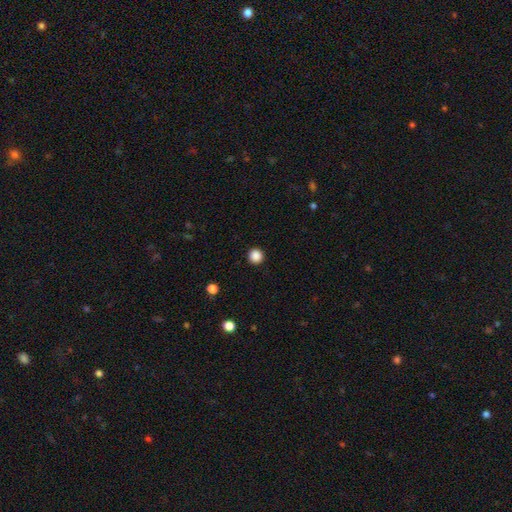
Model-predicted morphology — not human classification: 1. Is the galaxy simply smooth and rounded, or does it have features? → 87% smooth, 10% star or artifact, 2% featured or disk.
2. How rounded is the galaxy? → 95% round, 4% in between, 1% cigar-shaped.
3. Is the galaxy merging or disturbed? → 93% none, 4% minor disturbance, 2% major disturbance, 1% merger.